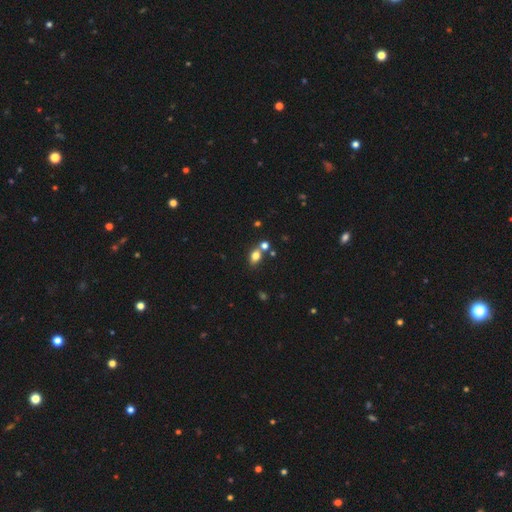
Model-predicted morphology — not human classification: Smooth or featured? Predicted: smooth (p=0.76). How rounded? Predicted: in between (p=0.72). Merging? Predicted: none (p=0.59).